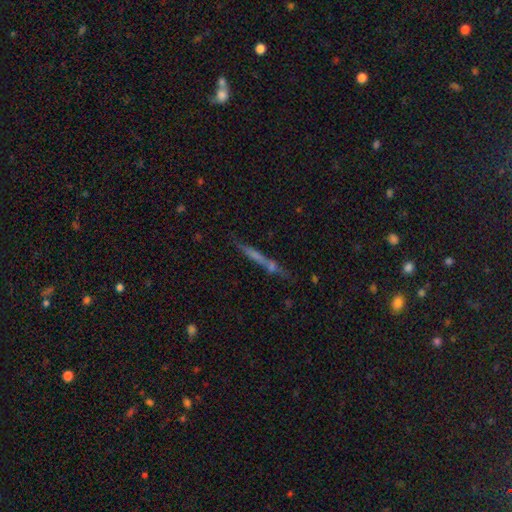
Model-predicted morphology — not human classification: The model was most divided on "smooth or featured": featured or disk: 46%, smooth: 40%, star or artifact: 14%. More confident: merging — none (69%).